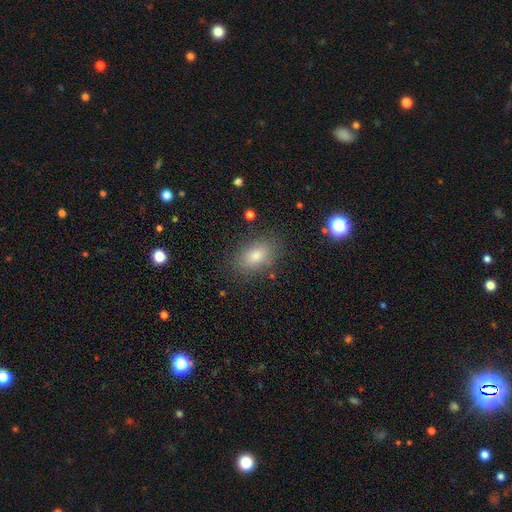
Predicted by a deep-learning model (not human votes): smooth-or-featured: smooth: 79% | star or artifact: 12% | featured or disk: 10%
  how-rounded: in between: 86% | round: 12% | cigar-shaped: 2%
  merging: none: 84% | minor disturbance: 11% | major disturbance: 3% | merger: 2%